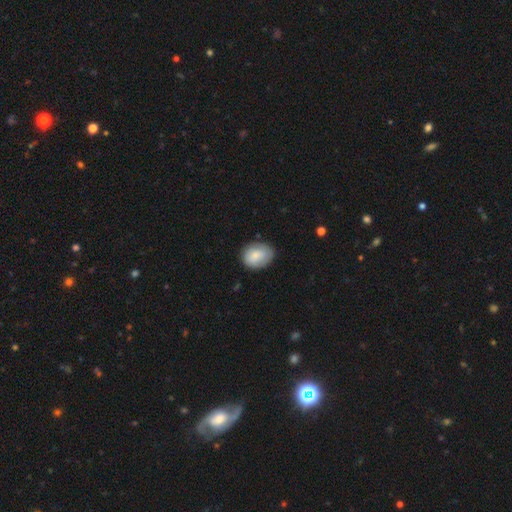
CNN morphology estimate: This is clearly a smooth galaxy (83%). How rounded: likely in between (62%). Merging: likely none (77%).